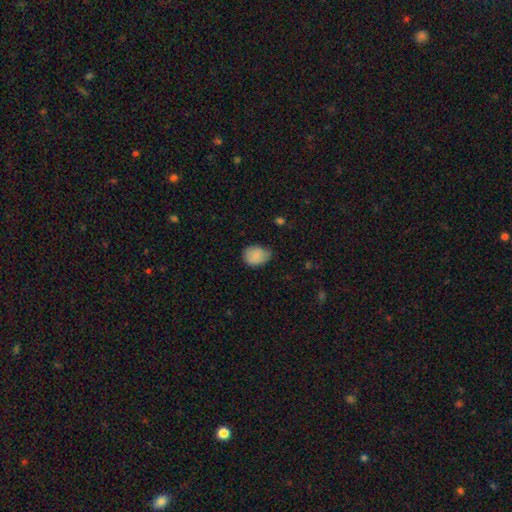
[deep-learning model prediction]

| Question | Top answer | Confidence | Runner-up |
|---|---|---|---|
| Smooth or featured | smooth | 84% | star or artifact (8%) |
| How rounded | in between | 52% | round (47%) |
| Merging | none | 52% | minor disturbance (39%) |